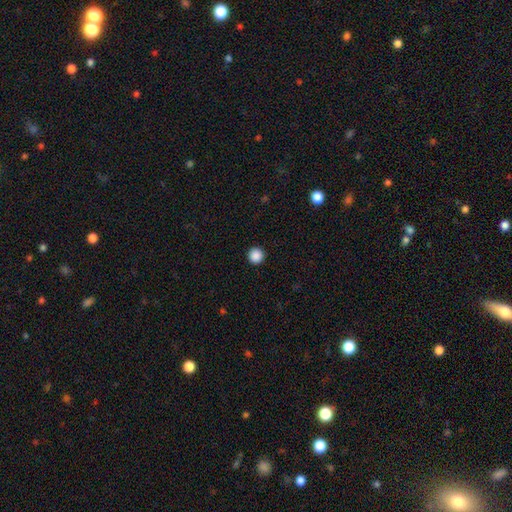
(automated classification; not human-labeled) Overall: smooth (88%). How rounded: round (96%). Merging: none (94%).